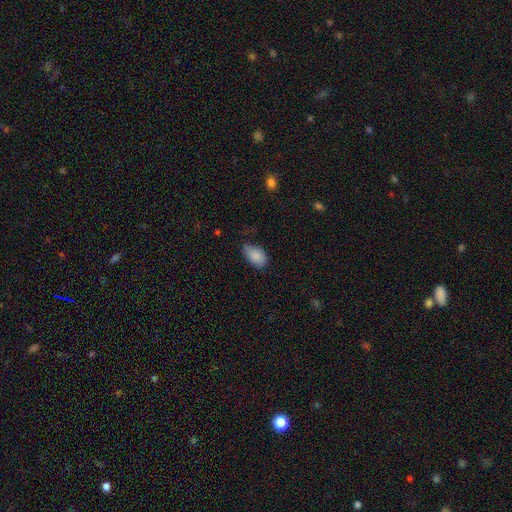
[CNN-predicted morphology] This appears to be a smooth galaxy with no disk features (86%) that is in between round and cigar-shaped (93%). Merging: none (52%).